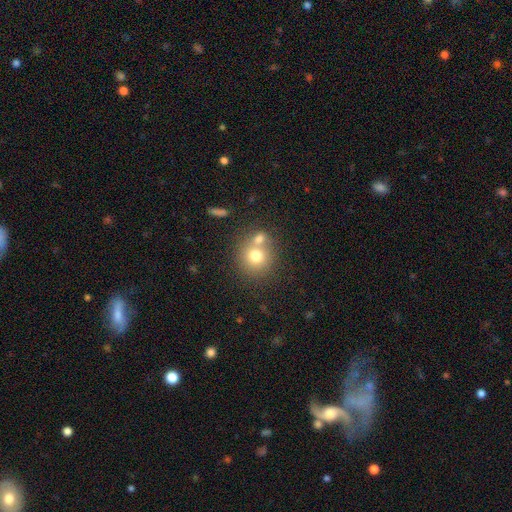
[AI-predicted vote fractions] Smooth or featured?
  - smooth: 73% *
  - featured or disk: 16%
  - star or artifact: 12%
How rounded?
  - round: 85% *
  - in between: 14%
  - cigar-shaped: 1%
Merging?
  - none: 49% *
  - merger: 39%
  - minor disturbance: 9%
  - major disturbance: 3%